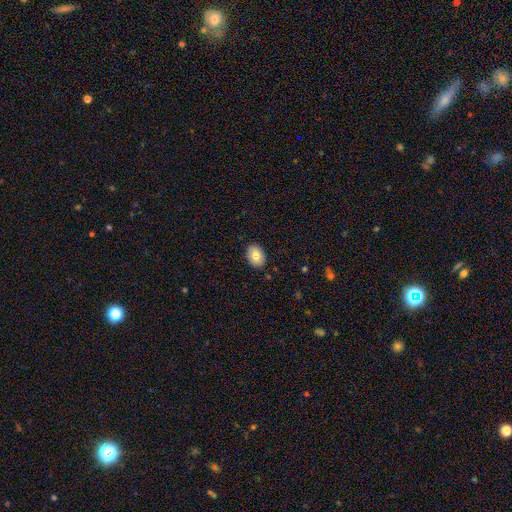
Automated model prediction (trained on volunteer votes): smooth-or-featured: smooth: 80% | featured or disk: 13% | star or artifact: 7%
  how-rounded: in between: 72% | round: 27% | cigar-shaped: 1%
  merging: none: 90% | minor disturbance: 8% | major disturbance: 2% | merger: 1%